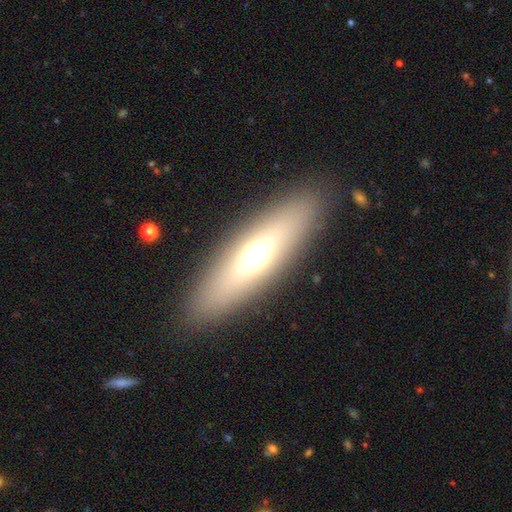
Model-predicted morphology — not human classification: Q: Smooth or featured?
A: smooth (55%); runner-up: featured or disk (36%)
Q: How rounded?
A: cigar-shaped (50%); runner-up: in between (47%)
Q: Merging?
A: none (87%); runner-up: minor disturbance (8%)